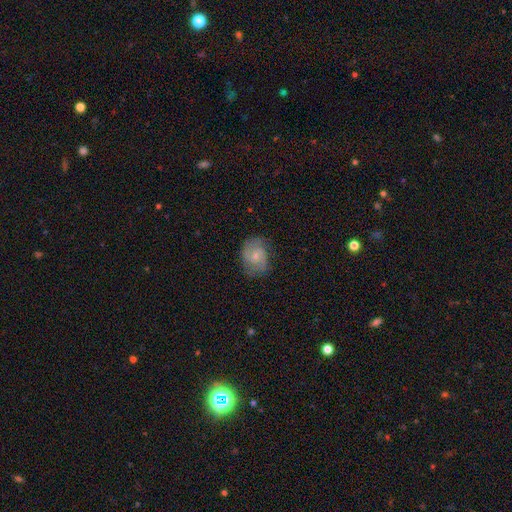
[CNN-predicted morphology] featured or disk 64%, smooth 30%, star or artifact 7%. Down the decision tree: edge-on disk — no (97%); bar — no (54%); spiral arms — yes (89%); spiral arm count — 2 (78%); spiral winding — medium (48%); bulge size — small (52%); merging — none (71%).